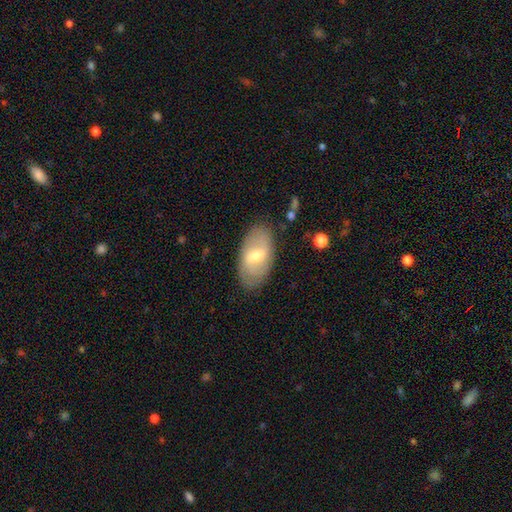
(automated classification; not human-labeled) A featured or disk galaxy (52%).

Vote fractions:
- Smooth or featured? featured or disk: 52% / smooth: 41% / star or artifact: 7%
- Edge-on disk? no: 91% / yes: 9%
- Merging? none: 82% / minor disturbance: 13% / major disturbance: 4% / merger: 1%